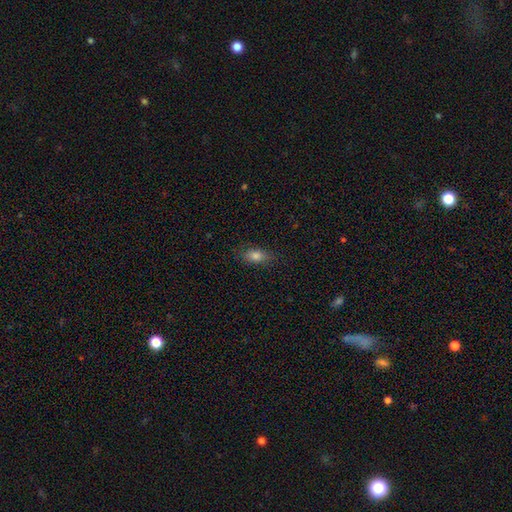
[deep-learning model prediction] This is likely a smooth galaxy (79%). How rounded: clearly in between (80%). Merging: clearly none (81%).